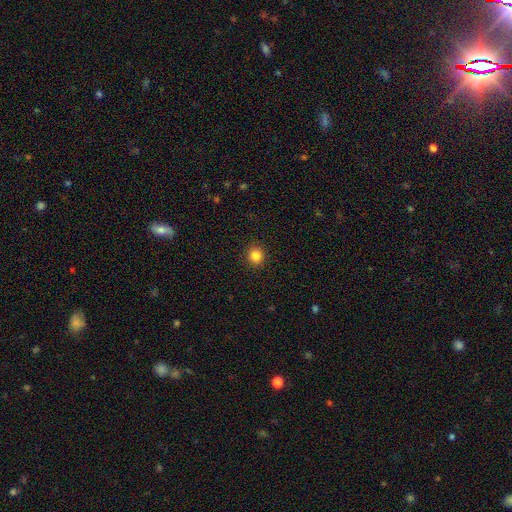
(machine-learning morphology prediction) Smooth or featured? Predicted: smooth (p=0.85). How rounded? Predicted: round (p=0.89). Merging? Predicted: none (p=0.92).